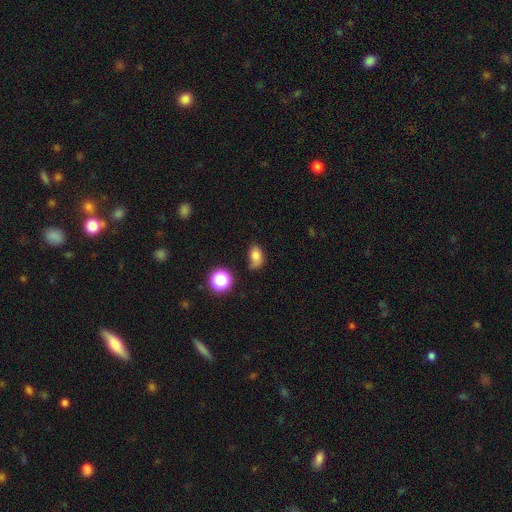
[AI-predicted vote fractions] A smooth galaxy with no disk features (78%) that is in between round and cigar-shaped (79%).

Vote fractions:
- Smooth or featured? smooth: 78% / star or artifact: 13% / featured or disk: 9%
- How rounded? in between: 79% / round: 19% / cigar-shaped: 2%
- Merging? none: 50% / minor disturbance: 34% / major disturbance: 11% / merger: 5%